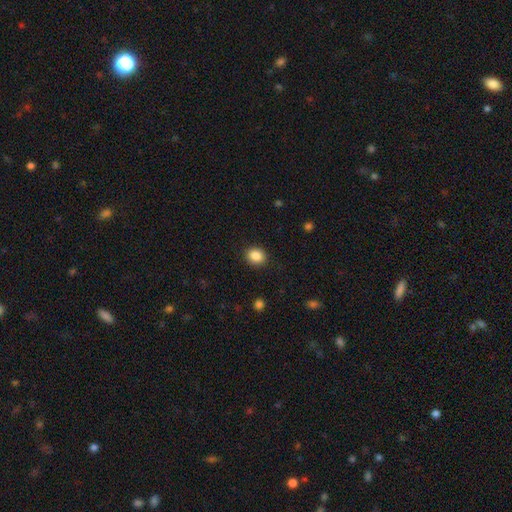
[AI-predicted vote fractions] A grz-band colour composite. It shows a smooth galaxy with no disk features (86%) that is round (69%). Merging: none (90%).